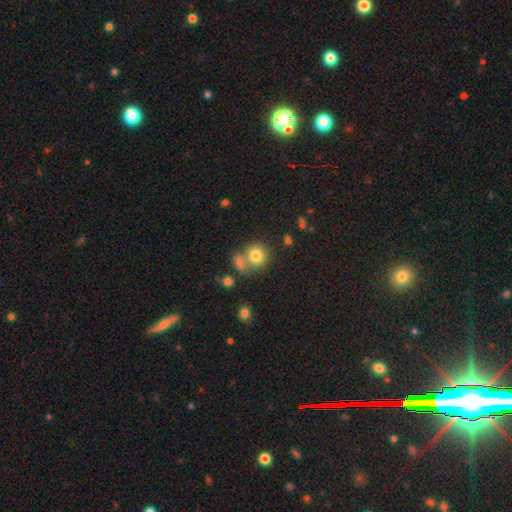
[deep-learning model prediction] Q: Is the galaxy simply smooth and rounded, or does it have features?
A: smooth — 79%.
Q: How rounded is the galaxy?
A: round — 83%.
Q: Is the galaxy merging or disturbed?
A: none — 50%.